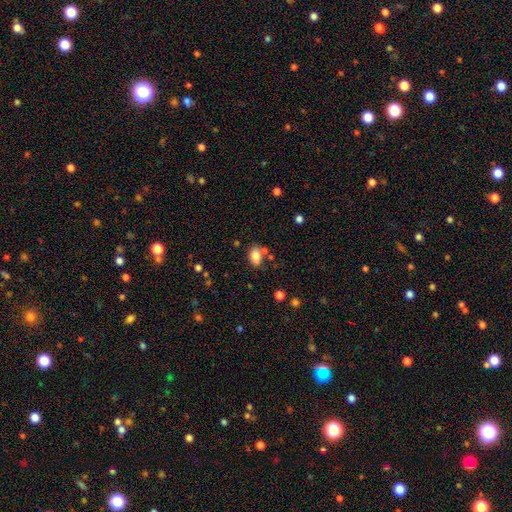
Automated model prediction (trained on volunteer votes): This is clearly a smooth galaxy (82%). How rounded: clearly in between (81%). Merging: possibly none (60%).